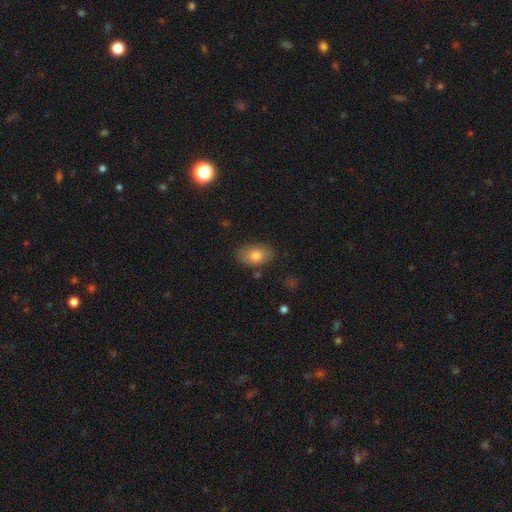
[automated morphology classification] Smooth or featured? Predicted: smooth (p=0.78). How rounded? Predicted: in between (p=0.86). Merging? Predicted: none (p=0.81).